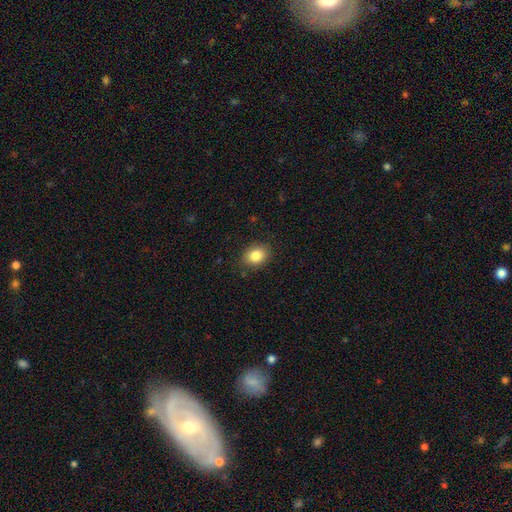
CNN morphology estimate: A smooth galaxy with no disk features (84%) that is in between round and cigar-shaped (60%).

Vote fractions:
- Smooth or featured? smooth: 84% / star or artifact: 9% / featured or disk: 7%
- How rounded? in between: 60% / round: 39% / cigar-shaped: 1%
- Merging? none: 87% / minor disturbance: 10% / major disturbance: 2% / merger: 1%